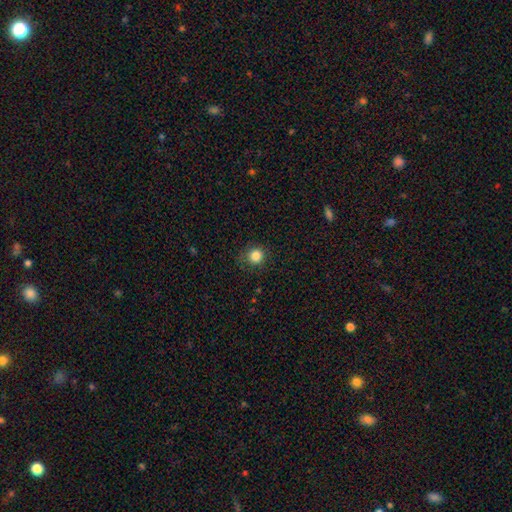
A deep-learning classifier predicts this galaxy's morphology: smooth 84%, star or artifact 11%, featured or disk 4%. Down the decision tree: how rounded — round (92%); merging — none (84%).